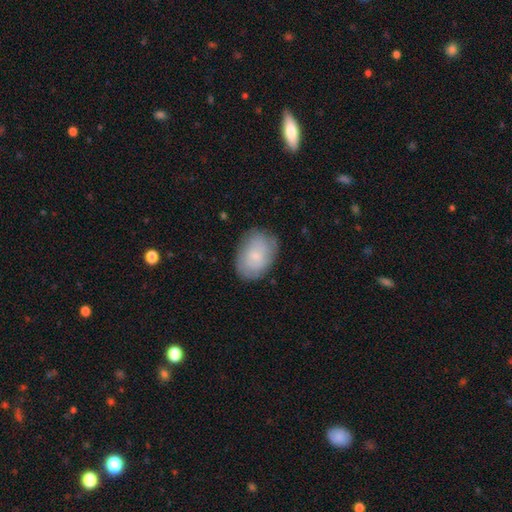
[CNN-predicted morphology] smooth_or_featured: smooth (p=0.64) [alt: featured or disk p=0.28]
how_rounded: in between (p=0.80) [alt: round p=0.18]
merging: none (p=0.77) [alt: minor disturbance p=0.17]